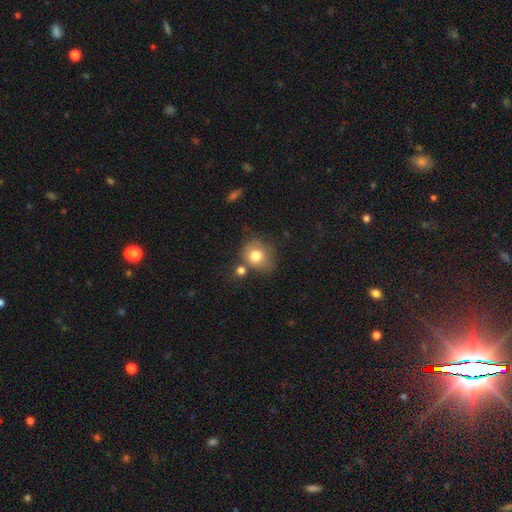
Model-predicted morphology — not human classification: Smooth or featured? smooth (76%)
How rounded? round (67%)
Merging? none (52%)